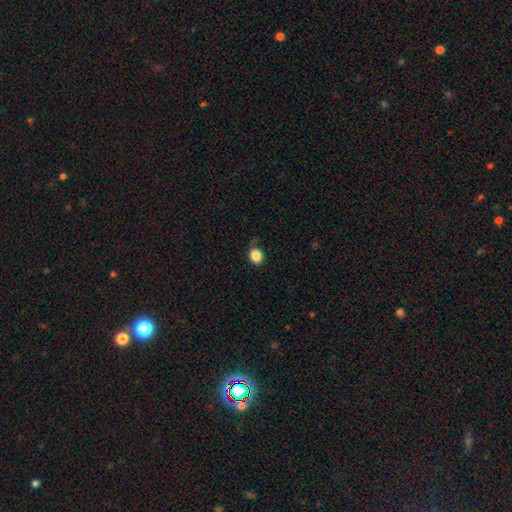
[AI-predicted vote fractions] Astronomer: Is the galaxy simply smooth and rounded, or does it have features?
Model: smooth — 86%.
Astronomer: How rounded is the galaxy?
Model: round — 64%.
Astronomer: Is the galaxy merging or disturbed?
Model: none — 70%.